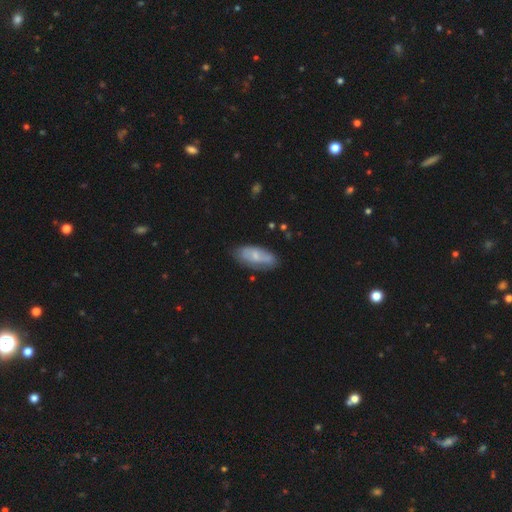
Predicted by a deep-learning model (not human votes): smooth_or_featured: smooth (p=0.53) [alt: featured or disk p=0.41]
how_rounded: in between (p=0.85) [alt: cigar-shaped p=0.13]
merging: none (p=0.70) [alt: minor disturbance p=0.21]